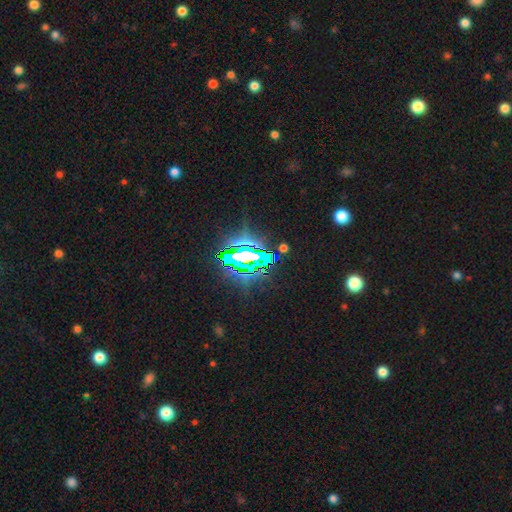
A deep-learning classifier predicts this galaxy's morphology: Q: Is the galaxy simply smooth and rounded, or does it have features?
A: star or artifact — 79%.